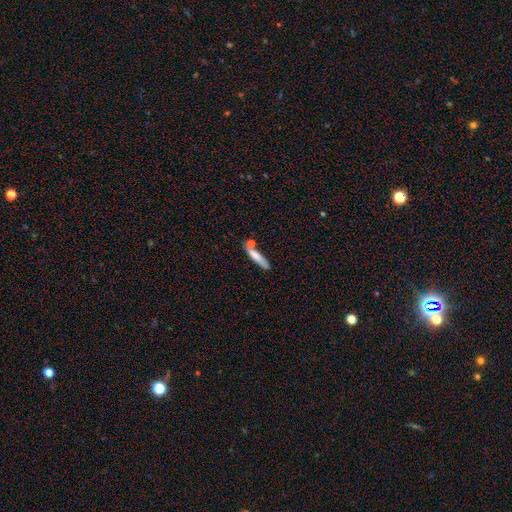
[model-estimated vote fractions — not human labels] A smooth galaxy with no disk features (75%) that is cigar-shaped (83%). Merging: none (63%).